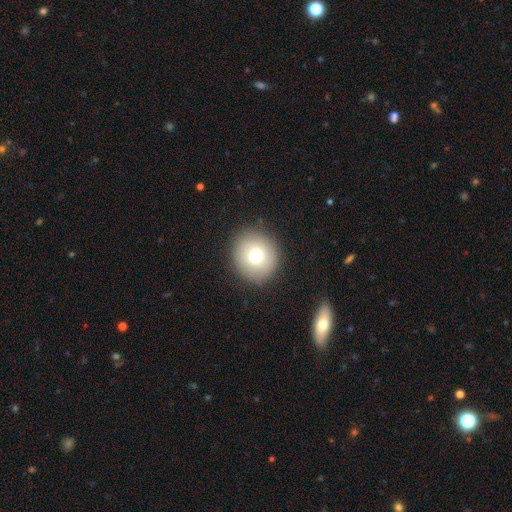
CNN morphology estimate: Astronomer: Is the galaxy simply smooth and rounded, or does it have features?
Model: smooth — 75%.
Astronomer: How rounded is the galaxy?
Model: round — 87%.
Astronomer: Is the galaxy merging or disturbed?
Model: none — 88%.